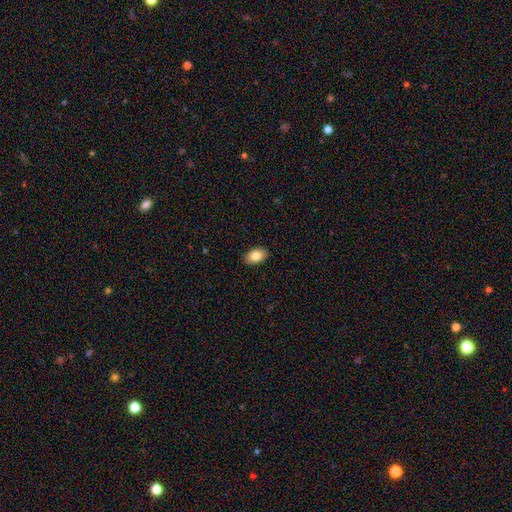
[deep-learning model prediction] smooth_or_featured: smooth (p=0.84) [alt: featured or disk p=0.08]
how_rounded: in between (p=0.91) [alt: round p=0.08]
merging: none (p=0.89) [alt: minor disturbance p=0.08]